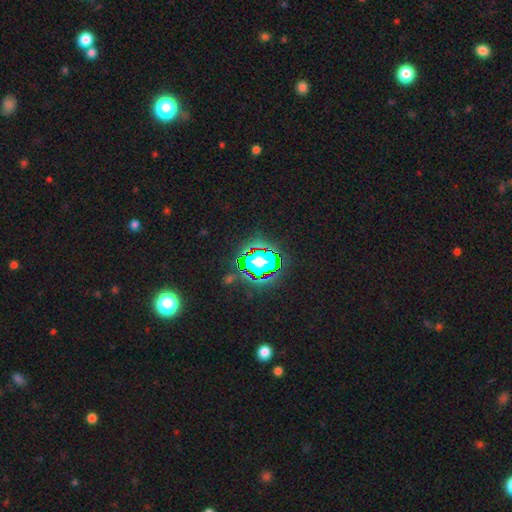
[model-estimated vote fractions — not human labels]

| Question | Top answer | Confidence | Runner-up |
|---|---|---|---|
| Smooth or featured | star or artifact | 74% | smooth (16%) |